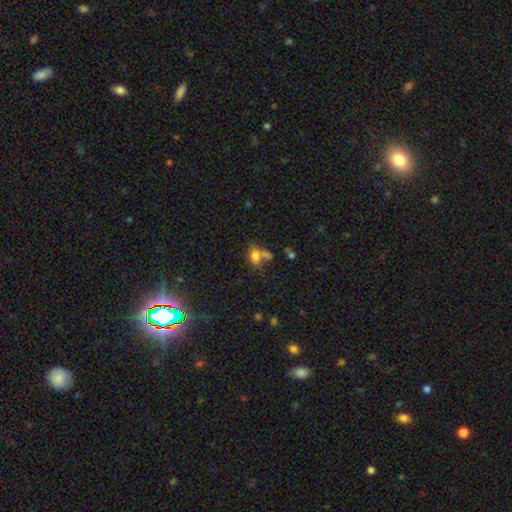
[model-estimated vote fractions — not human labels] A smooth galaxy with no disk features (73%) that is in between round and cigar-shaped (67%). Merging: none (38%).